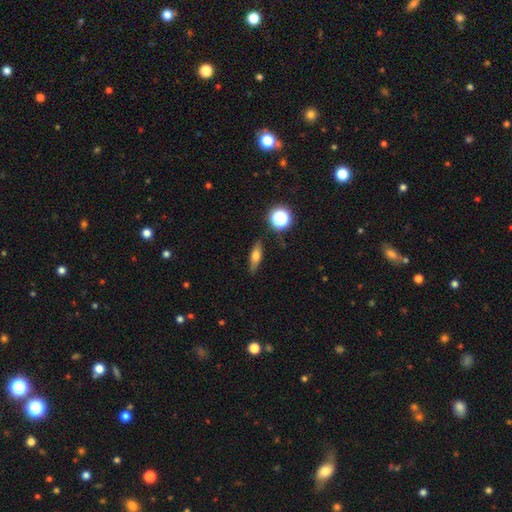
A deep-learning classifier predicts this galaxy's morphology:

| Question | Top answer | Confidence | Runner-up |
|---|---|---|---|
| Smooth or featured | smooth | 55% | featured or disk (34%) |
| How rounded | cigar-shaped | 48% | in between (43%) |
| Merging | none | 84% | minor disturbance (11%) |